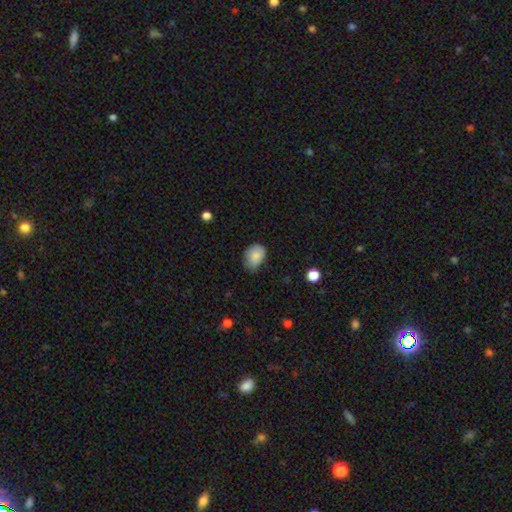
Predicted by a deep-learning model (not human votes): The model was most divided on "merging": none: 51%, minor disturbance: 39%, major disturbance: 8%, merger: 2%. More confident: smooth or featured — smooth (82%); how rounded — in between (71%).